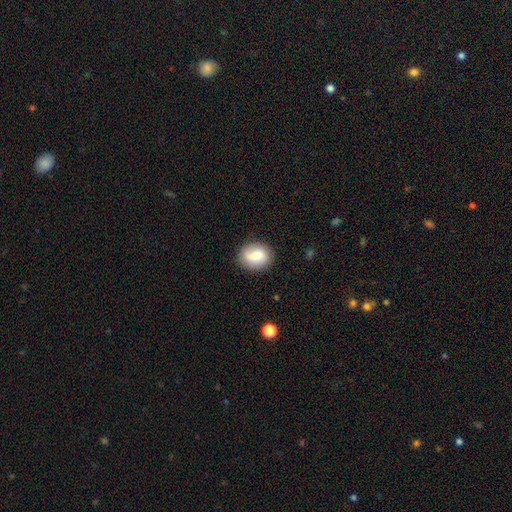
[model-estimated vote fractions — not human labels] Q: Smooth or featured?
A: smooth (67%); runner-up: featured or disk (25%)
Q: How rounded?
A: in between (52%); runner-up: round (46%)
Q: Merging?
A: none (82%); runner-up: minor disturbance (13%)